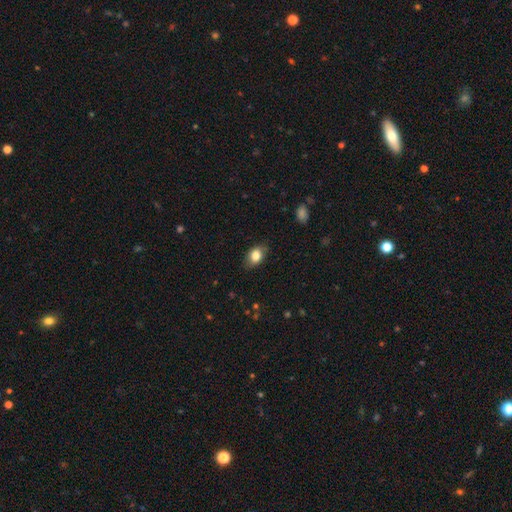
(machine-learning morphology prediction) A smooth galaxy with no disk features (82%) that is in between round and cigar-shaped (80%). Merging: none (83%).